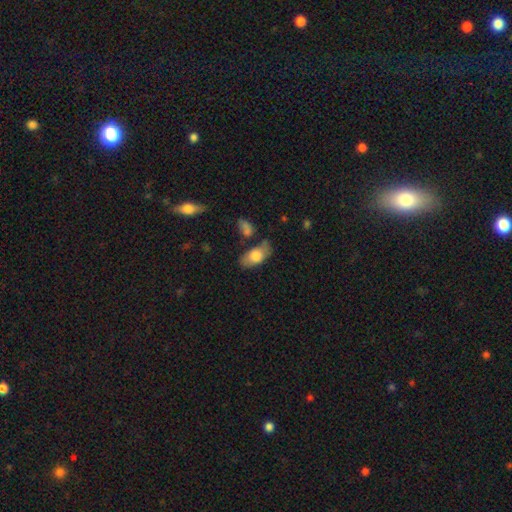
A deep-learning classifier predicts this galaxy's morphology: smooth 75%, featured or disk 19%, star or artifact 6%. Down the decision tree: how rounded — in between (91%); merging — none (60%).